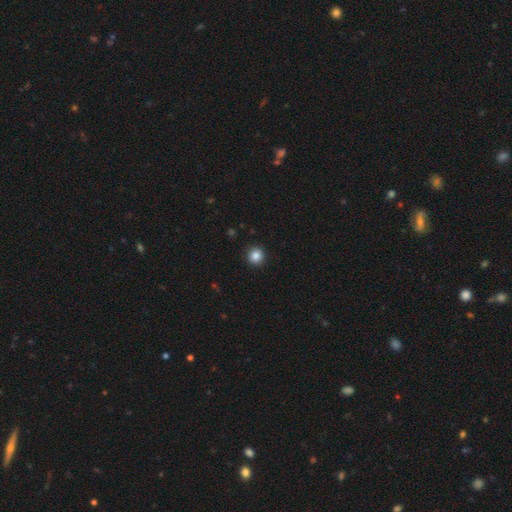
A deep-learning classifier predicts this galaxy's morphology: Smooth or featured? smooth (86%)
How rounded? round (91%)
Merging? none (92%)